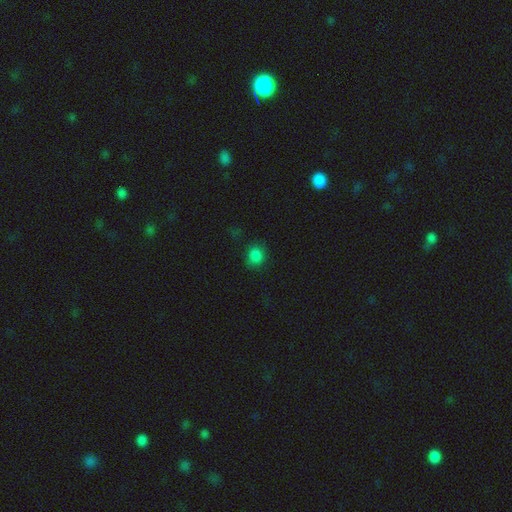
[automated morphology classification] smooth-or-featured: smooth: 83% | star or artifact: 14% | featured or disk: 4%
  how-rounded: round: 75% | in between: 24% | cigar-shaped: 1%
  merging: none: 81% | minor disturbance: 13% | major disturbance: 4% | merger: 2%